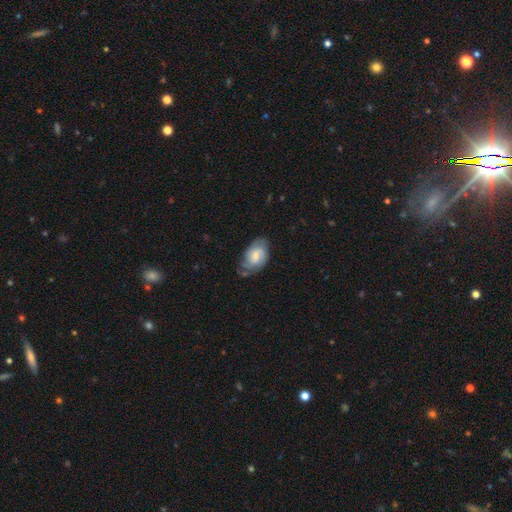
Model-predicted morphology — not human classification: type=featured or disk (53%); edge-on=no (96%); bar=weak (49%); spiral arms=yes (85%); bulge=moderate (46%); merging=none (58%).